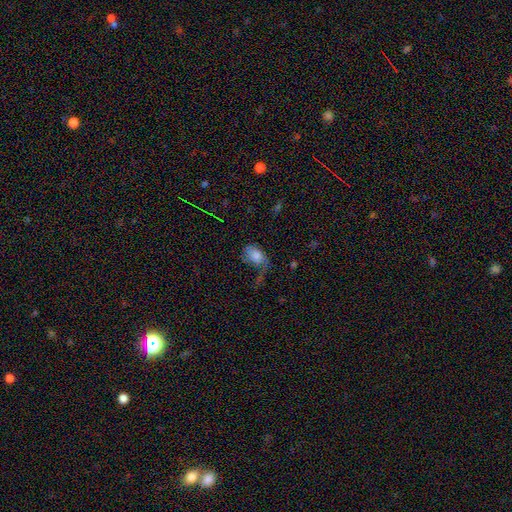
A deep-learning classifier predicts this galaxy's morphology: Smooth or featured: smooth — 66% (featured or disk — 23%)
How rounded: in between — 82% (round — 16%)
Merging: major disturbance — 48% (none — 25%)